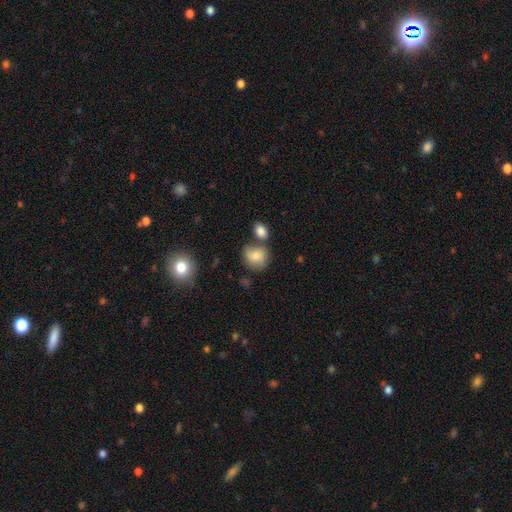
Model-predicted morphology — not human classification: This appears to be a smooth galaxy with no disk features (77%) that is round (69%). Merging: none (56%).